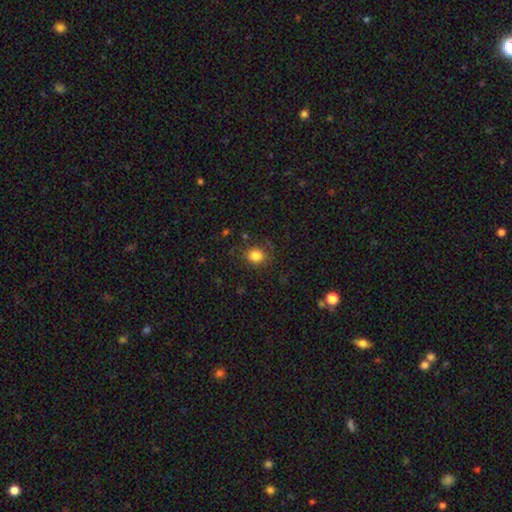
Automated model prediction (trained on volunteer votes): This is clearly a smooth galaxy (83%). How rounded: likely round (65%). Merging: clearly none (82%).